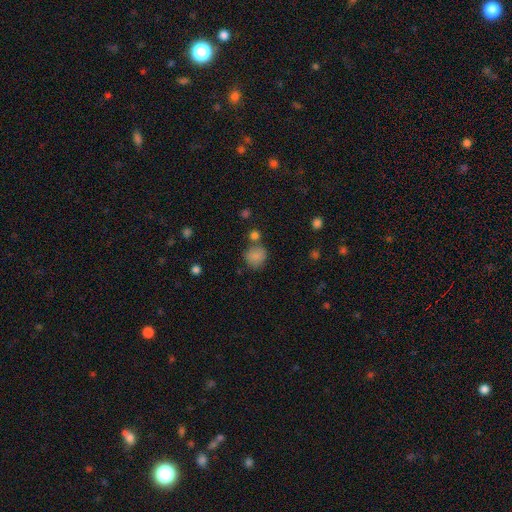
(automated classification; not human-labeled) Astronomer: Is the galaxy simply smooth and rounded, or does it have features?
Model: smooth — 84%.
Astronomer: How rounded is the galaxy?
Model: round — 86%.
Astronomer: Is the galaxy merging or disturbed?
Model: none — 69%.